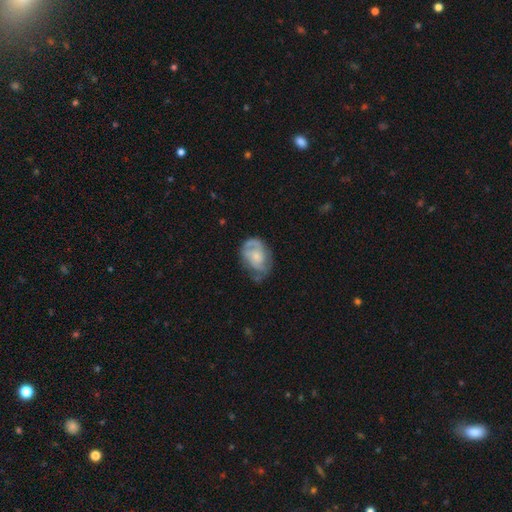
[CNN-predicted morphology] The model was most divided on "spiral winding": medium: 43%, tight: 37%, loose: 20%. Remaining: edge-on disk — no (97%); spiral arms — yes (81%); bar — no (71%); smooth or featured — featured or disk (65%); spiral arm count — 2 (54%); merging — none (52%); bulge size — small (50%).